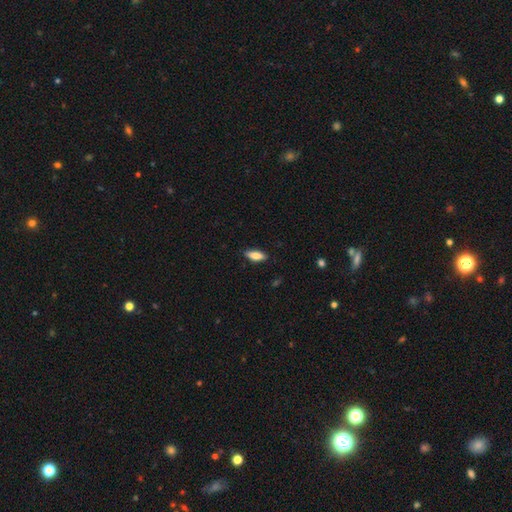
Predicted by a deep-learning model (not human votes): Smooth or featured? Predicted: smooth (p=0.77). How rounded? Predicted: in between (p=0.70). Merging? Predicted: none (p=0.86).